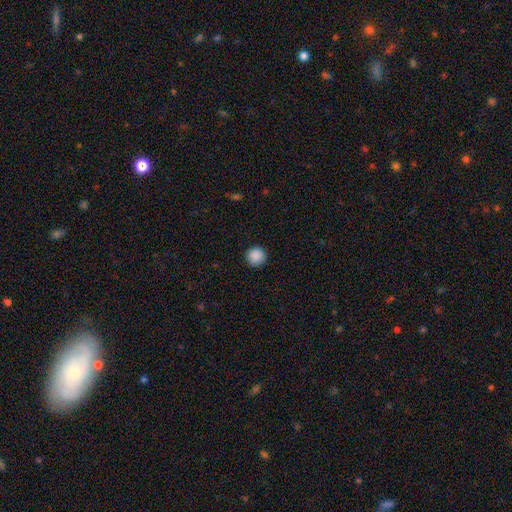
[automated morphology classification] Smooth or featured?
  - smooth: 89% *
  - star or artifact: 8%
  - featured or disk: 2%
How rounded?
  - round: 95% *
  - in between: 4%
  - cigar-shaped: 1%
Merging?
  - none: 92% *
  - minor disturbance: 5%
  - major disturbance: 2%
  - merger: 1%